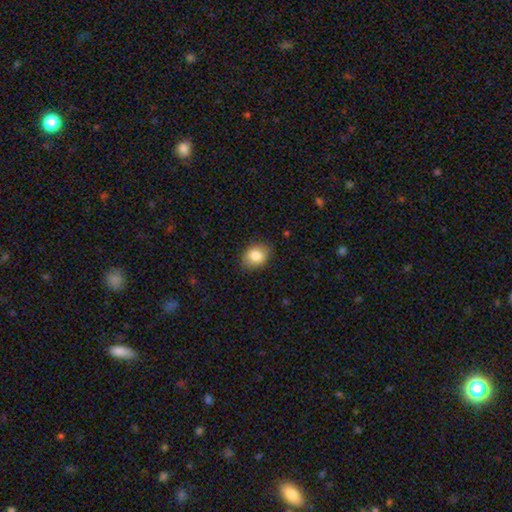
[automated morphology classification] The model was most divided on "how rounded": in between: 58%, round: 41%, cigar-shaped: 1%. More confident: smooth or featured — smooth (84%); merging — none (83%).